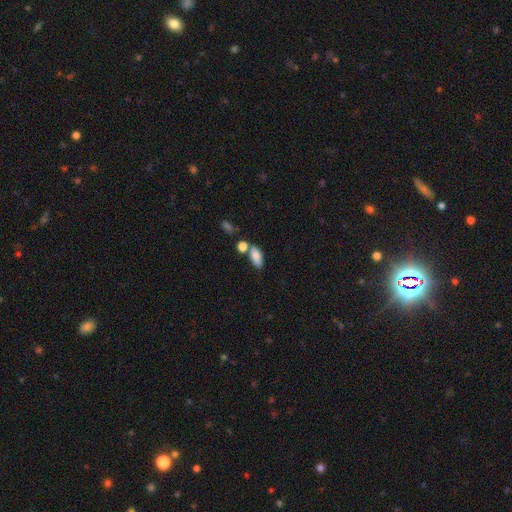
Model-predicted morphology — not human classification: Smooth or featured: smooth — 83% (featured or disk — 9%)
How rounded: in between — 87% (cigar-shaped — 9%)
Merging: none — 55% (merger — 26%)